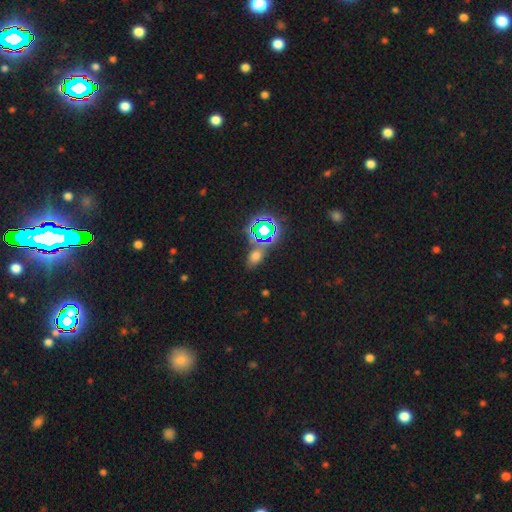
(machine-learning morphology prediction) smooth 54%, star or artifact 38%, featured or disk 8%. Down the decision tree: how rounded — in between (77%); merging — none (72%).